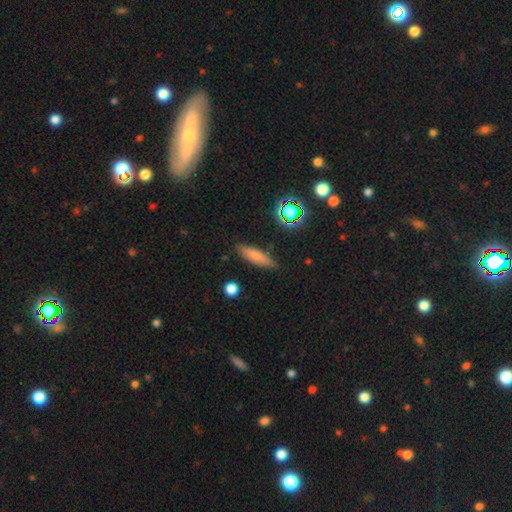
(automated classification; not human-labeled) smooth_or_featured: smooth (p=0.73) [alt: featured or disk p=0.17]
how_rounded: cigar-shaped (p=0.67) [alt: in between p=0.30]
merging: none (p=0.85) [alt: minor disturbance p=0.10]